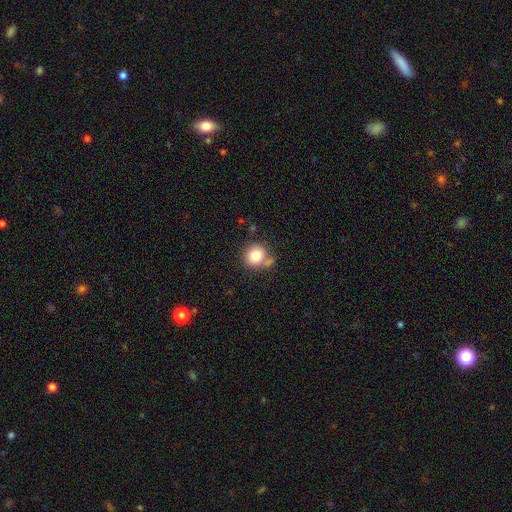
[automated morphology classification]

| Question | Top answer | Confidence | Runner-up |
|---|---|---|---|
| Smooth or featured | smooth | 82% | star or artifact (10%) |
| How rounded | round | 86% | in between (13%) |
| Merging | none | 62% | merger (17%) |